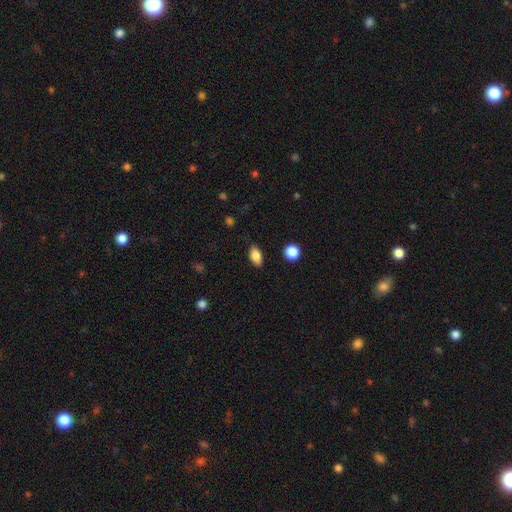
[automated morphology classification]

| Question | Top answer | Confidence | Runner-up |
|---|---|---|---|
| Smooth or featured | smooth | 83% | star or artifact (8%) |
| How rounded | in between | 87% | round (8%) |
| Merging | none | 83% | minor disturbance (13%) |